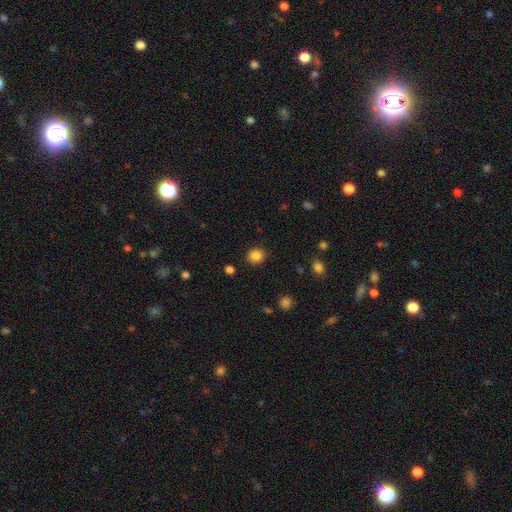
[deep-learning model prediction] The model was most divided on "how rounded": round: 83%, in between: 16%, cigar-shaped: 1%. More confident: merging — none (89%); smooth or featured — smooth (86%).